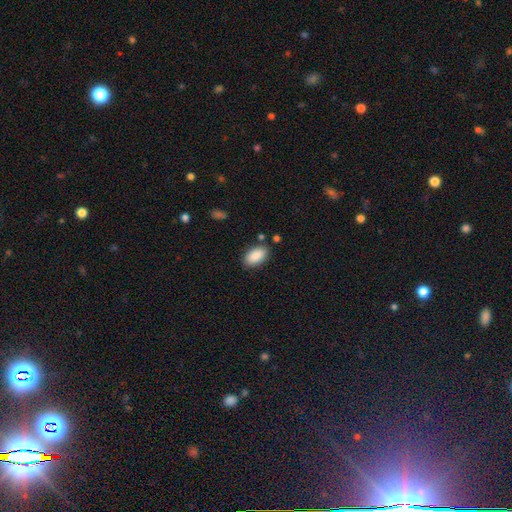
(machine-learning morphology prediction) type=smooth (90%); roundness=in between (95%); merging=none (83%).